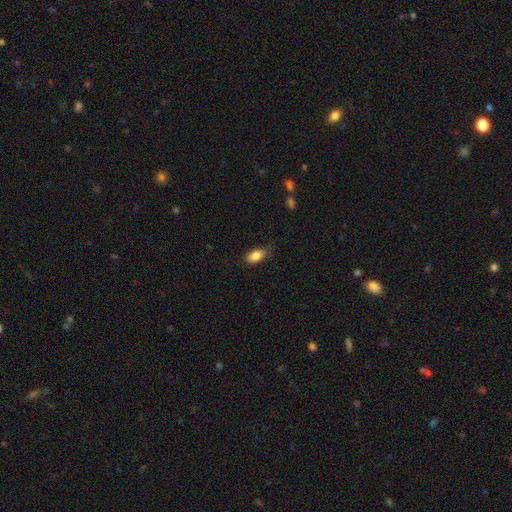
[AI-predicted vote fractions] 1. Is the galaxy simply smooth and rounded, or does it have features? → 85% smooth, 8% star or artifact, 7% featured or disk.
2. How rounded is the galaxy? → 90% in between, 6% round, 5% cigar-shaped.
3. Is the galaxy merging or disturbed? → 74% none, 21% minor disturbance, 4% major disturbance, 1% merger.